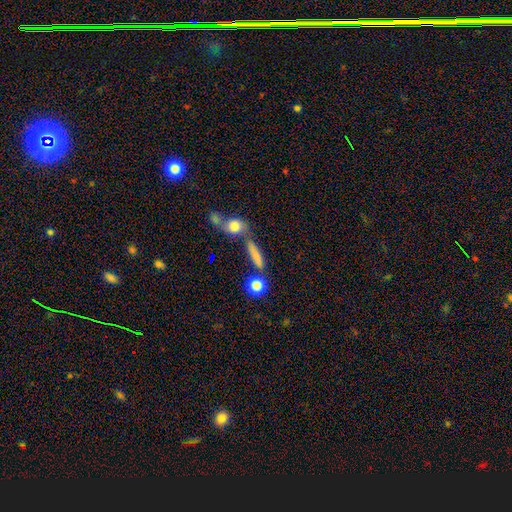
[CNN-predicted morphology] Smooth or featured?
  - smooth: 75% *
  - featured or disk: 15%
  - star or artifact: 11%
How rounded?
  - cigar-shaped: 65% *
  - in between: 24%
  - round: 12%
Merging?
  - none: 59% *
  - merger: 23%
  - minor disturbance: 12%
  - major disturbance: 6%